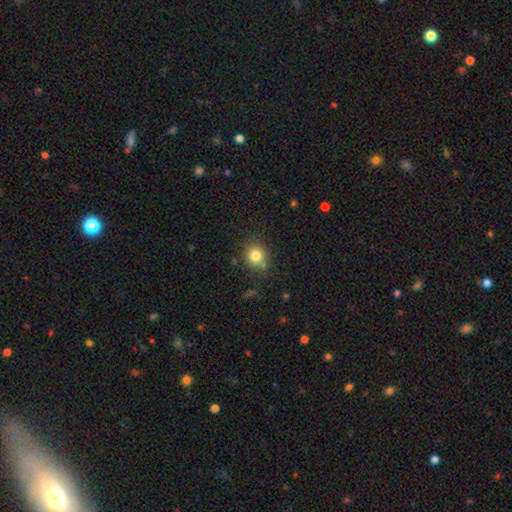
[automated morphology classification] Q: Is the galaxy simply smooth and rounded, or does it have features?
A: smooth — 80%.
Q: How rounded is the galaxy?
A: round — 83%.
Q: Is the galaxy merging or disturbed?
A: none — 78%.